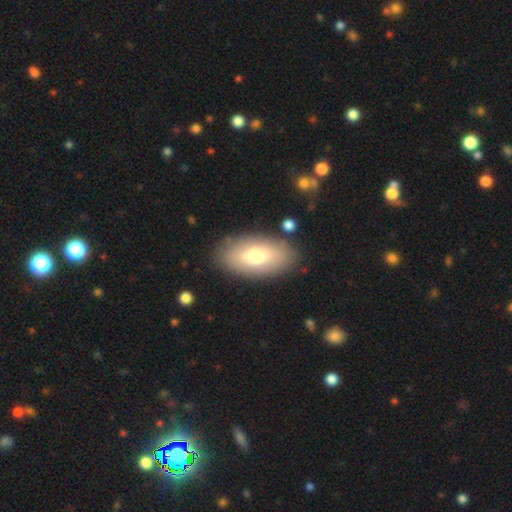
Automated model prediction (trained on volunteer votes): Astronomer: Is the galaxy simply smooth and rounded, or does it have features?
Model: smooth — 67%.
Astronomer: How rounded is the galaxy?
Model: in between — 92%.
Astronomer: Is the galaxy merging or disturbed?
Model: none — 84%.